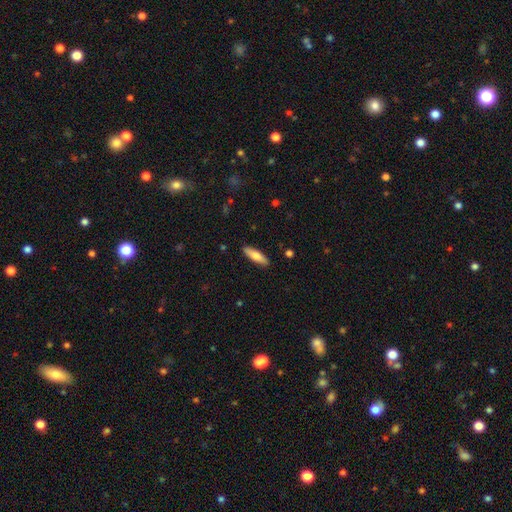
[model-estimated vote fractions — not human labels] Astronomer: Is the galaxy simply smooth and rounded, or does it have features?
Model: smooth — 74%.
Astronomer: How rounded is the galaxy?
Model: cigar-shaped — 58% (runner-up: in between, 40%).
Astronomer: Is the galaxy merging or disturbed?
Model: none — 89%.